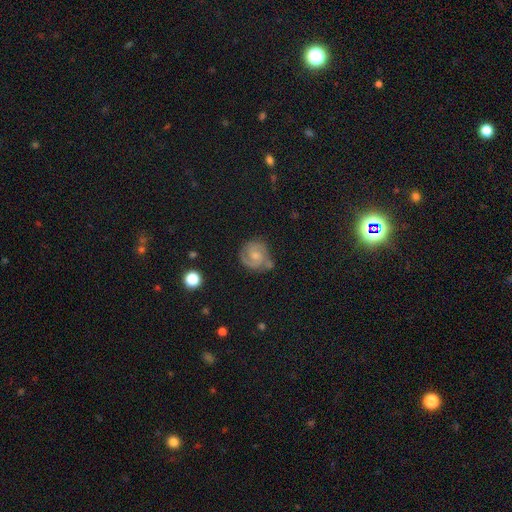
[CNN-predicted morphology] The model was most divided on "bulge size": small: 47%, moderate: 42%, none: 7%, large: 3%, dominant: 1%. More confident: edge-on disk — no (98%); spiral arms — yes (95%); spiral arm count — 2 (78%); smooth or featured — featured or disk (76%); merging — none (66%); bar — no (60%); spiral winding — tight (52%).